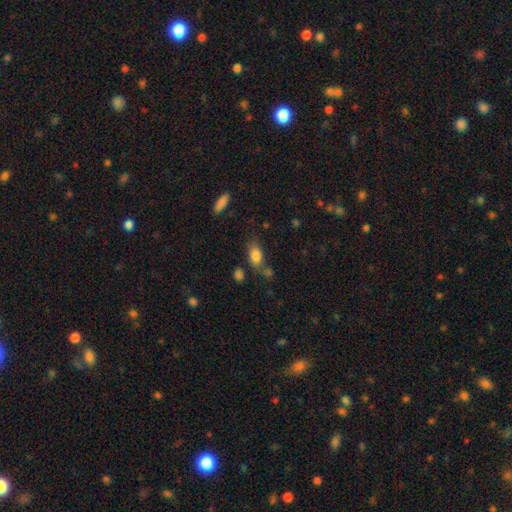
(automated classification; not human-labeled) Overall: smooth (81%). How rounded: in between (86%). Merging: none (61%).